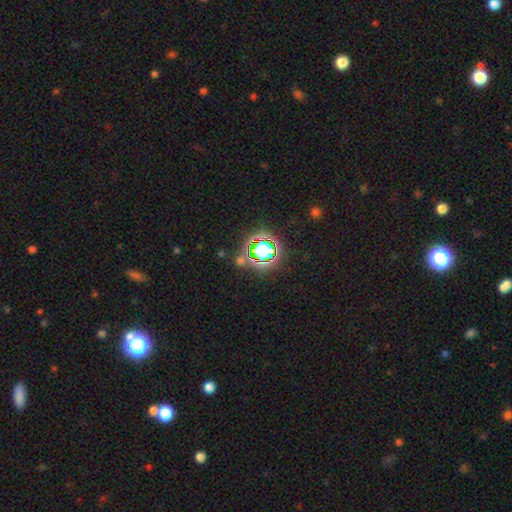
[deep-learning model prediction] smooth-or-featured: star or artifact: 80% | smooth: 13% | featured or disk: 7%